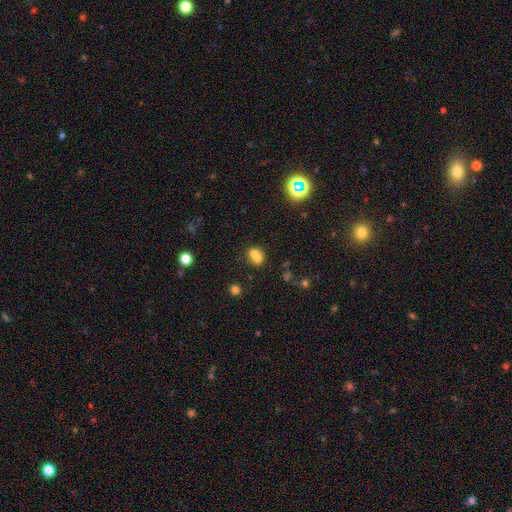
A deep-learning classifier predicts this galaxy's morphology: A smooth galaxy with no disk features (77%) that is in between round and cigar-shaped (73%). Merging: none (57%).